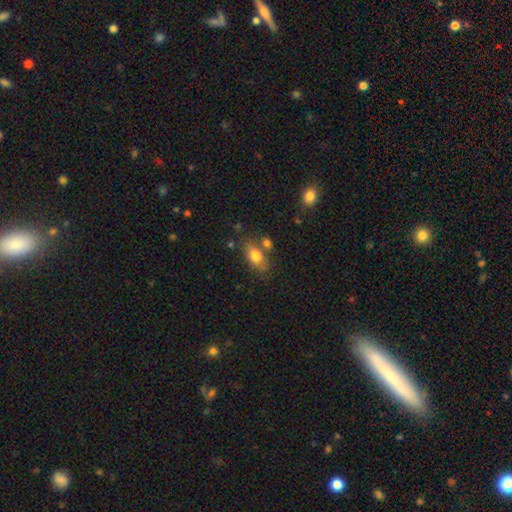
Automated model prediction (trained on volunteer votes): Smooth or featured? Predicted: smooth (p=0.76). How rounded? Predicted: in between (p=0.83). Merging? Predicted: none (p=0.66).